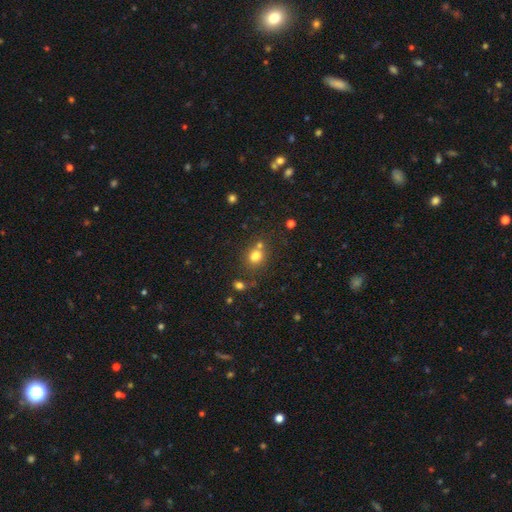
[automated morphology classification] type=smooth (75%); roundness=round (68%); merging=none (56%).